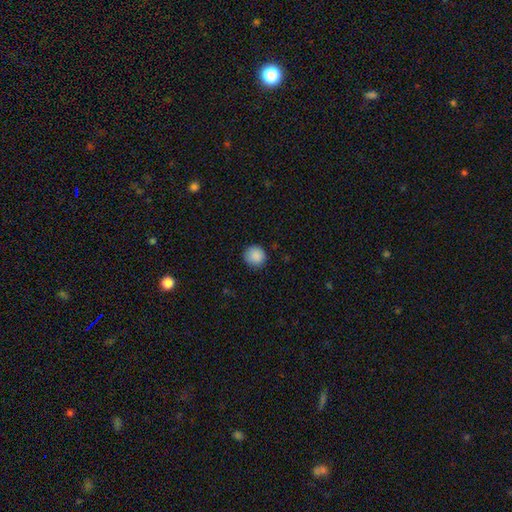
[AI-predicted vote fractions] A smooth galaxy with no disk features (89%) that is round (93%). Merging: none (87%).